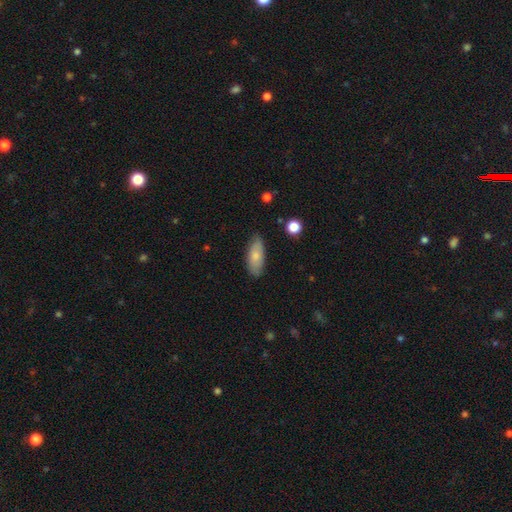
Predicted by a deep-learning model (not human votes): smooth-or-featured: smooth: 76% | featured or disk: 18% | star or artifact: 6%
  how-rounded: in between: 81% | cigar-shaped: 16% | round: 2%
  merging: none: 79% | minor disturbance: 17% | major disturbance: 3% | merger: 1%